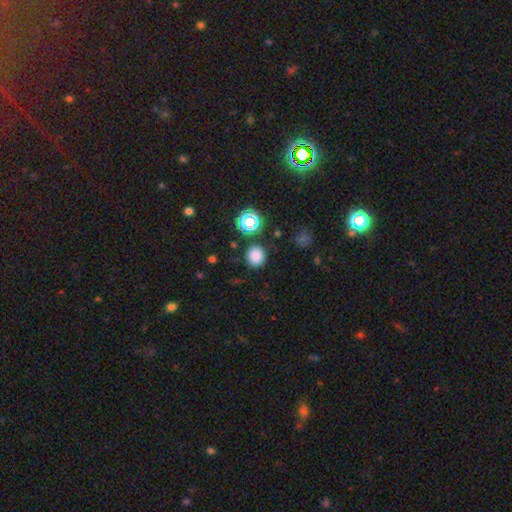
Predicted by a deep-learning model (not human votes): A smooth galaxy with no disk features (78%) that is round (89%). Merging: none (85%).